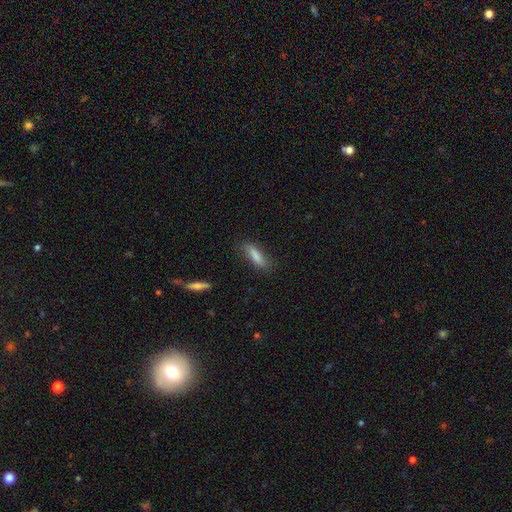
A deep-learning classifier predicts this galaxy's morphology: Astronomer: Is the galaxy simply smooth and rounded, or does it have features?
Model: smooth — 83%.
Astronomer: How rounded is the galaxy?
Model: cigar-shaped — 60% (runner-up: in between, 38%).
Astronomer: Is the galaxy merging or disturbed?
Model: none — 76%.